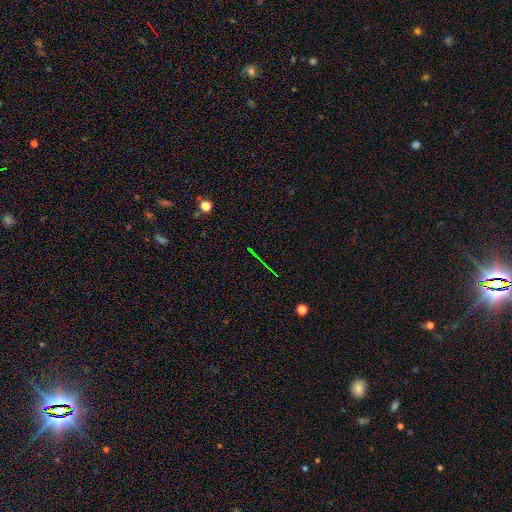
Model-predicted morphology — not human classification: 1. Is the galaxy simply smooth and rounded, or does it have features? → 72% star or artifact, 14% featured or disk, 14% smooth.